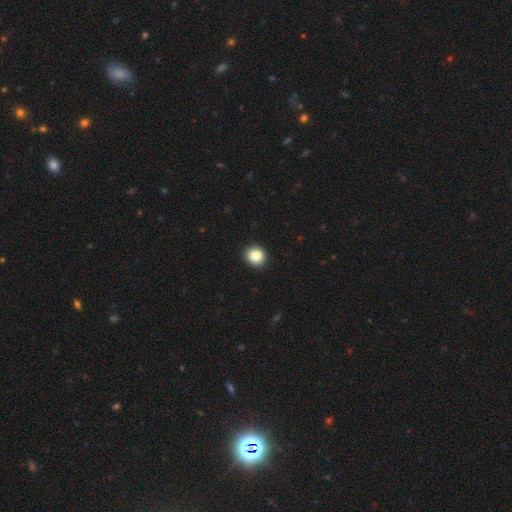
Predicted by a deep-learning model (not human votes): Smooth or featured? Predicted: smooth (p=0.86). How rounded? Predicted: round (p=0.83). Merging? Predicted: none (p=0.92).